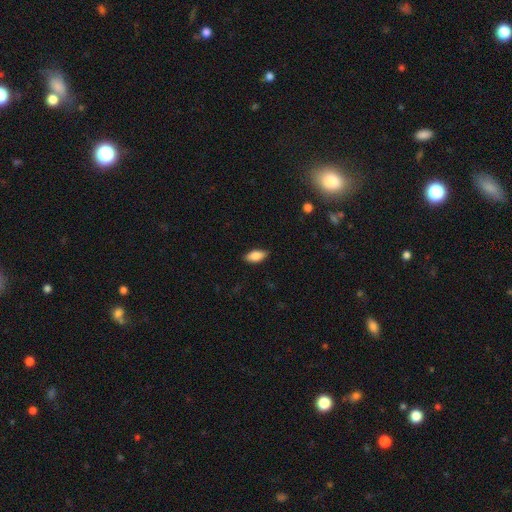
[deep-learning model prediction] smooth 85%, featured or disk 9%, star or artifact 7%. Down the decision tree: how rounded — in between (88%); merging — none (86%).